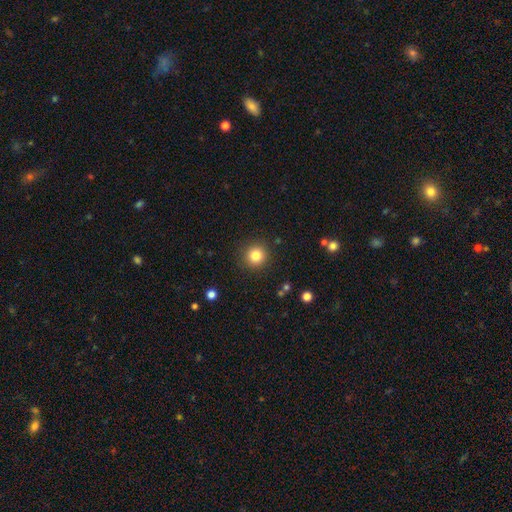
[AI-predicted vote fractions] Q: Smooth or featured?
A: smooth (83%); runner-up: star or artifact (11%)
Q: How rounded?
A: round (94%); runner-up: in between (5%)
Q: Merging?
A: none (90%); runner-up: minor disturbance (6%)